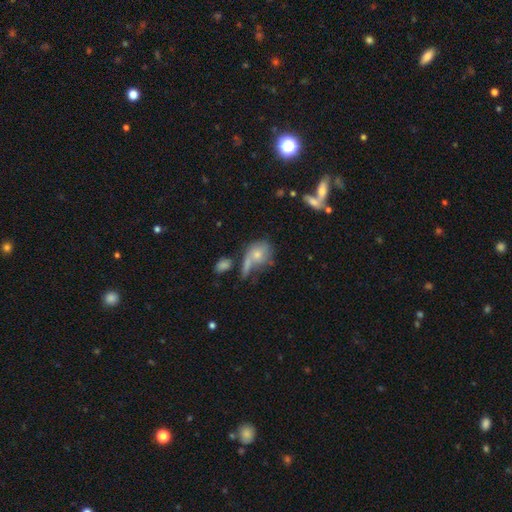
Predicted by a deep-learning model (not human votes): Morphology: type=smooth (63%); roundness=round (49%); merging=none (35%).